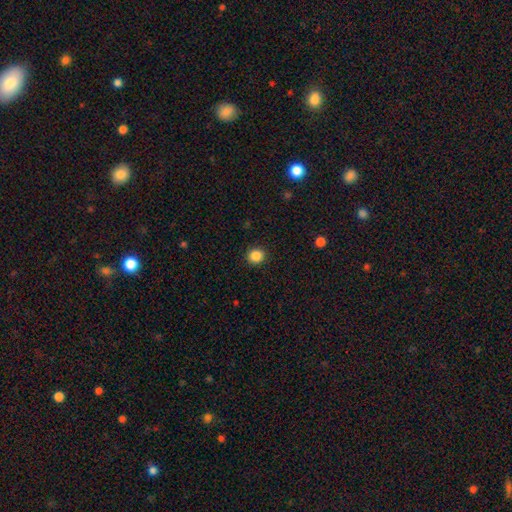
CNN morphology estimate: Smooth or featured? Predicted: smooth (p=0.86). How rounded? Predicted: round (p=0.86). Merging? Predicted: none (p=0.92).